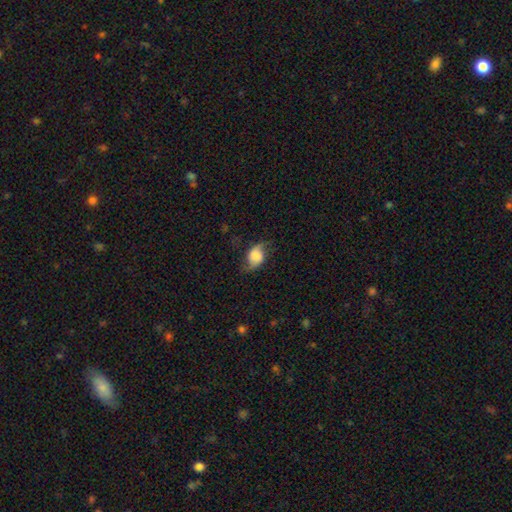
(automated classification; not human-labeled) Smooth or featured? Predicted: smooth (p=0.52). How rounded? Predicted: in between (p=0.71). Merging? Predicted: none (p=0.64).